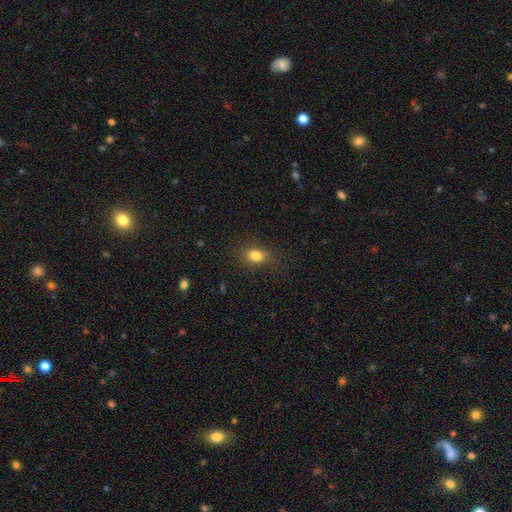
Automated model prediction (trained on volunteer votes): A smooth galaxy with no disk features (83%) that is in between round and cigar-shaped (71%). Merging: none (81%).